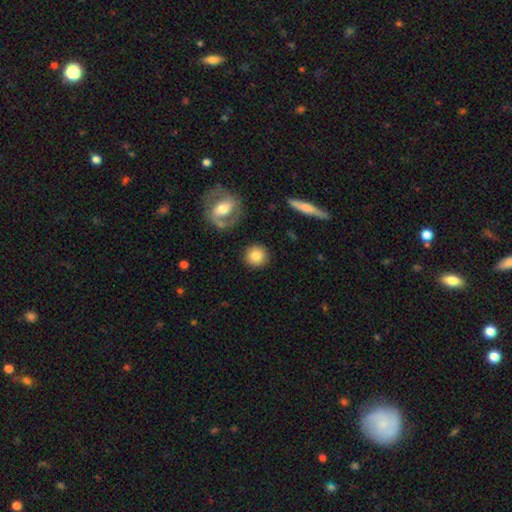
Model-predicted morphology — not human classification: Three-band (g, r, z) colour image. It shows a smooth galaxy with no disk features (80%) that is round (92%). Merging: none (89%).